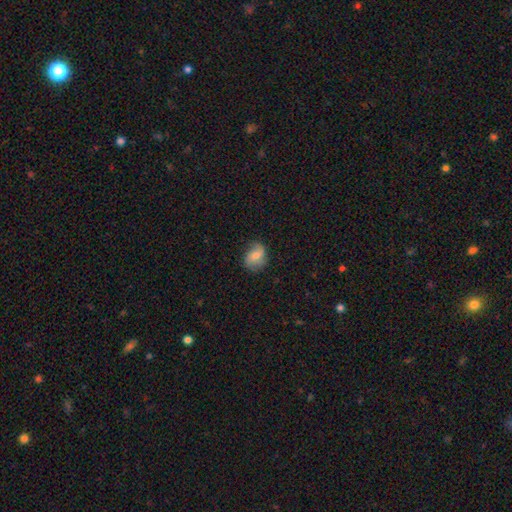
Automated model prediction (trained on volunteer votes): Morphology: type=smooth (56%); roundness=in between (56%); merging=none (69%).